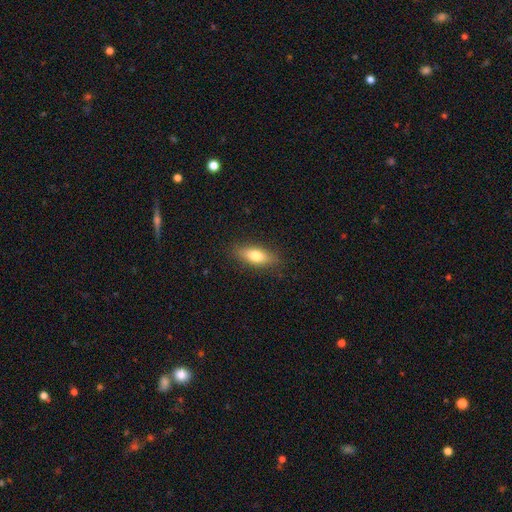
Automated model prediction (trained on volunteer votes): A smooth galaxy with no disk features (73%) that is in between round and cigar-shaped (67%). Merging: none (86%).